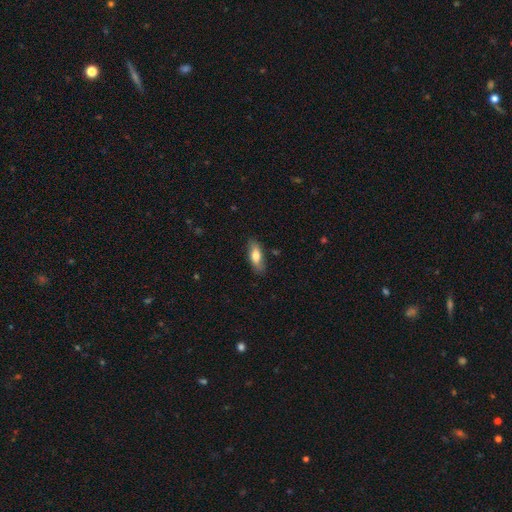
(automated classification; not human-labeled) A smooth galaxy with no disk features (72%) that is in between round and cigar-shaped (68%). Merging: none (82%).